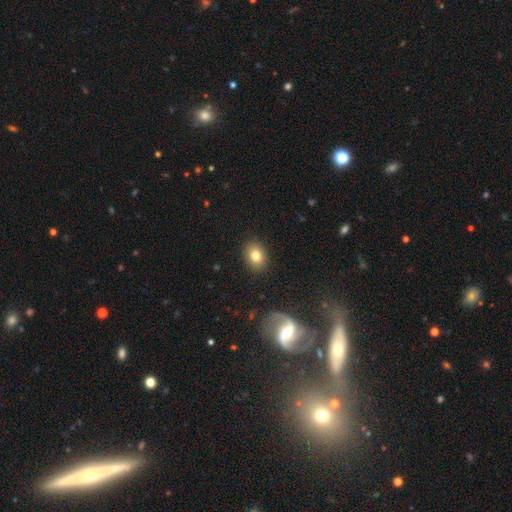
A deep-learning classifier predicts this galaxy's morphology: A smooth galaxy with no disk features (79%) that is in between round and cigar-shaped (62%). Merging: none (88%).